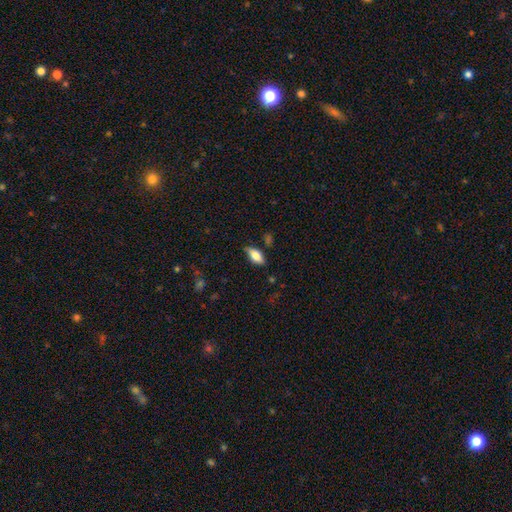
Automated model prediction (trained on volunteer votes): A smooth galaxy with no disk features (76%) that is in between round and cigar-shaped (85%).

Vote fractions:
- Smooth or featured? smooth: 76% / featured or disk: 17% / star or artifact: 7%
- How rounded? in between: 85% / cigar-shaped: 13% / round: 3%
- Merging? none: 78% / minor disturbance: 17% / major disturbance: 3% / merger: 2%